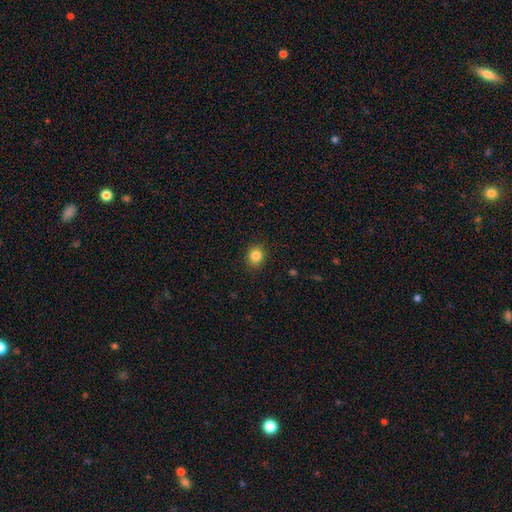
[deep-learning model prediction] This appears to be a smooth galaxy with no disk features (84%) that is round (71%). Merging: none (90%).